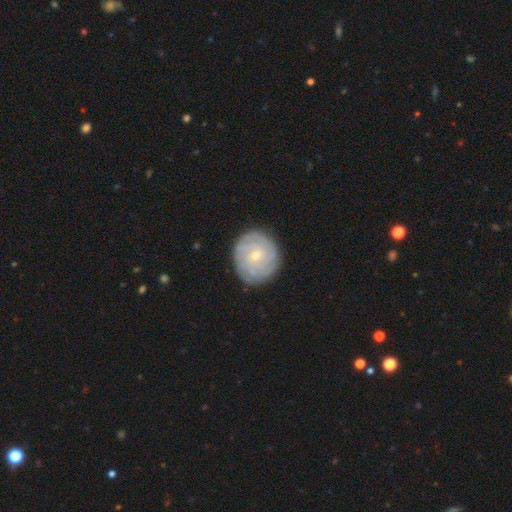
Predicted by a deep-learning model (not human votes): Smooth or featured? featured or disk (72%)
Edge-on disk? no (98%)
Bar? no (71%)
Spiral arms? yes (92%)
Spiral winding? tight (78%)
Spiral arm count? can't tell (43%)
Bulge size? small (70%)
Merging? none (85%)